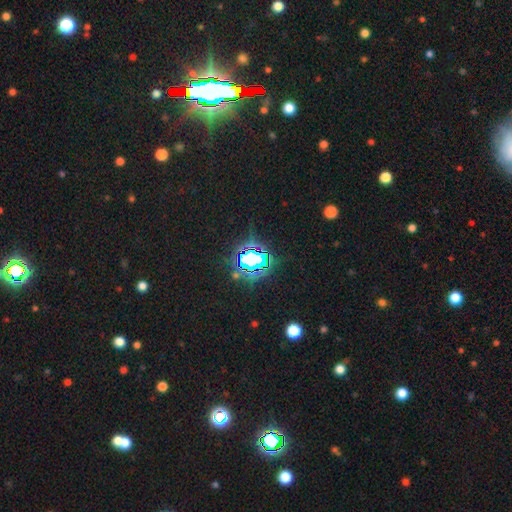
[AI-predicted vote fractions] A star or artifact, not a galaxy (72%).